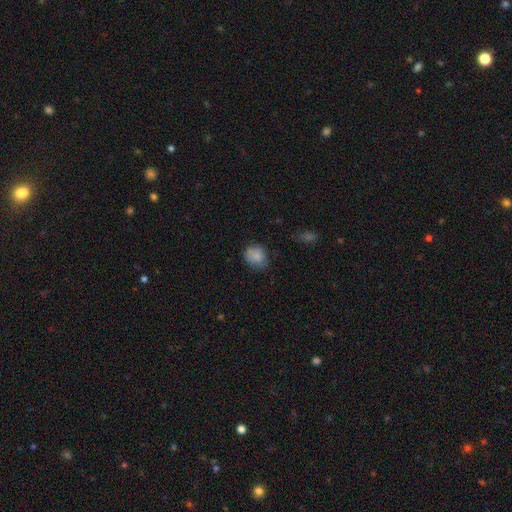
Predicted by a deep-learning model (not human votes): Smooth or featured? smooth (83%)
How rounded? round (61%)
Merging? none (64%)